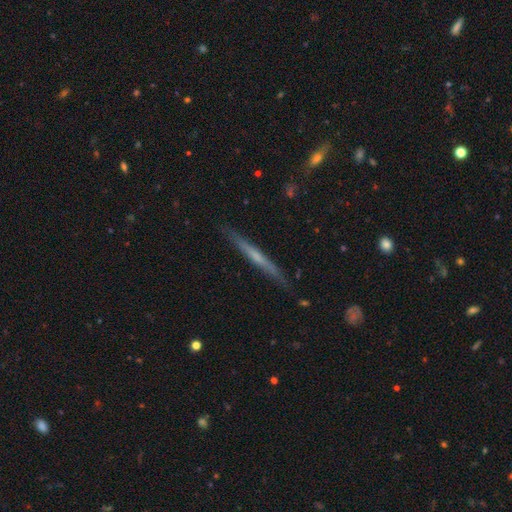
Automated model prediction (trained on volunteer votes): A featured or disk galaxy (62%) viewed edge-on (97%) with no central bulge (60%). Merging: none (87%).